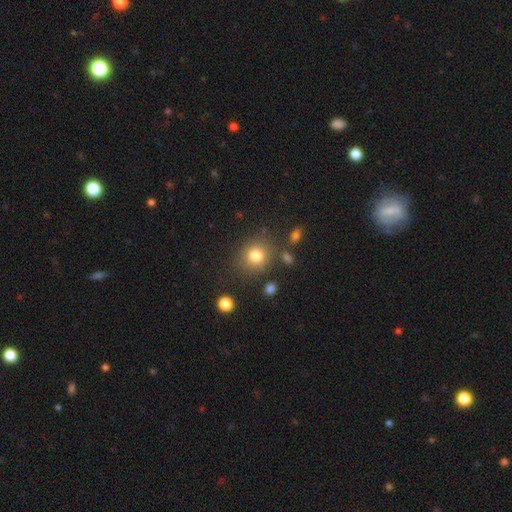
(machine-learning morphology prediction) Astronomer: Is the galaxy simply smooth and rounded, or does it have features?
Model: smooth — 81%.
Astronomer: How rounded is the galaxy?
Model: round — 80%.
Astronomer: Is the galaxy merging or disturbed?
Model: none — 79%.